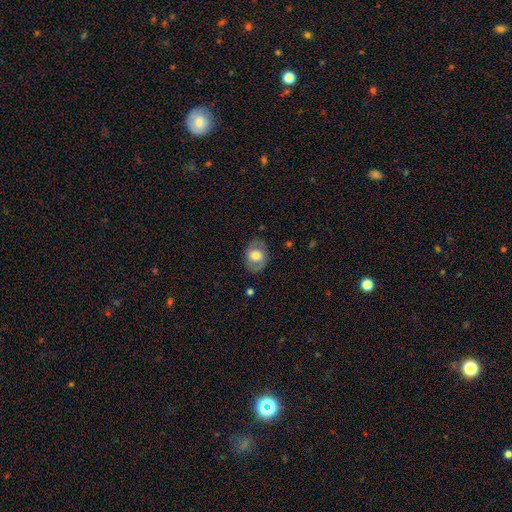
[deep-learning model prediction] smooth 60%, featured or disk 32%, star or artifact 7%. Down the decision tree: how rounded — in between (62%); merging — none (78%).